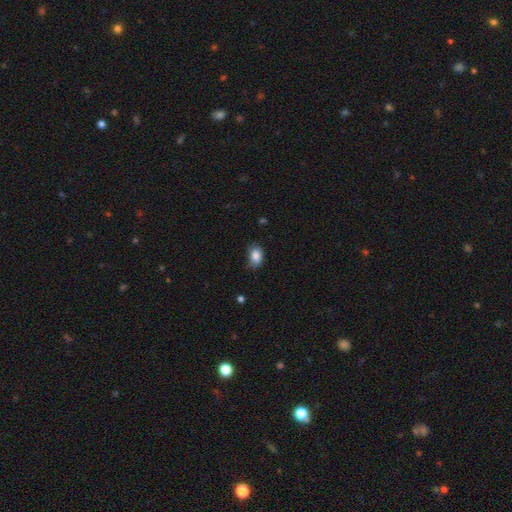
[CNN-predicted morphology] smooth_or_featured: smooth (p=0.85) [alt: star or artifact p=0.09]
how_rounded: in between (p=0.76) [alt: round p=0.23]
merging: none (p=0.67) [alt: minor disturbance p=0.27]